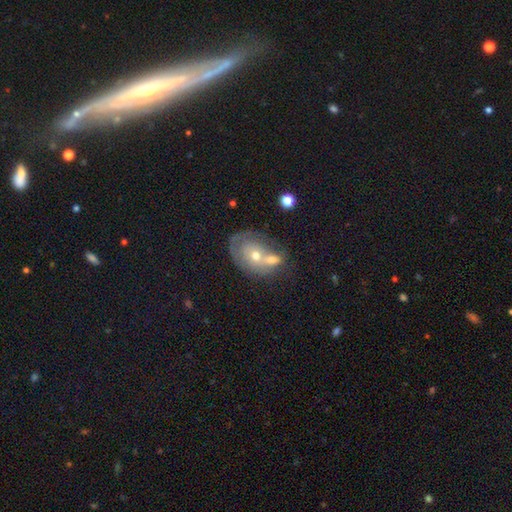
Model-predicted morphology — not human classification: Smooth or featured?
  - smooth: 46% * (tied)
  - featured or disk: 46% * (tied)
  - star or artifact: 8%
Merging?
  - merger: 57% *
  - none: 21%
  - minor disturbance: 13%
  - major disturbance: 10%